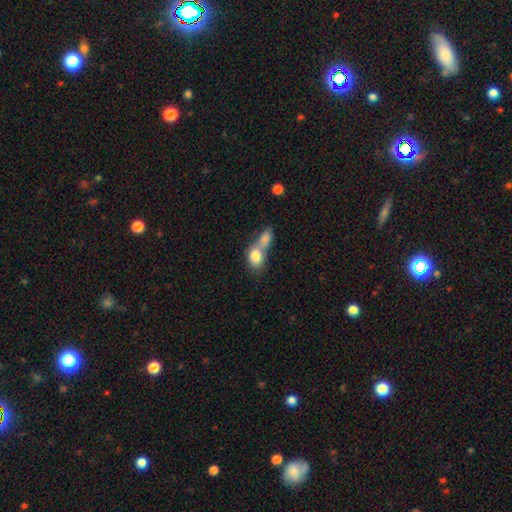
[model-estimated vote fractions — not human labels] Q: Smooth or featured?
A: smooth (81%); runner-up: featured or disk (12%)
Q: How rounded?
A: in between (73%); runner-up: round (24%)
Q: Merging?
A: merger (70%); runner-up: none (19%)